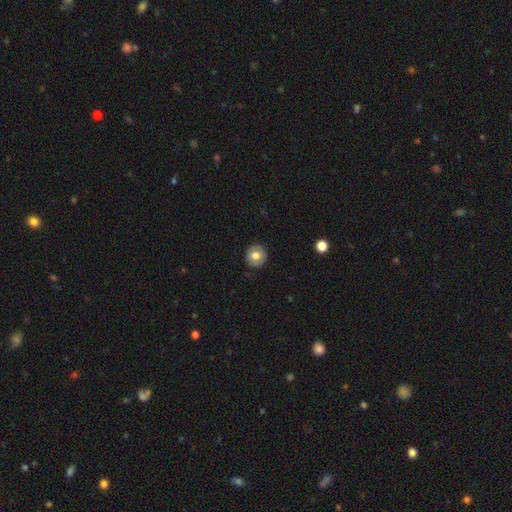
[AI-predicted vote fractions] smooth 76%, featured or disk 16%, star or artifact 8%. Down the decision tree: how rounded — round (93%); merging — none (91%).